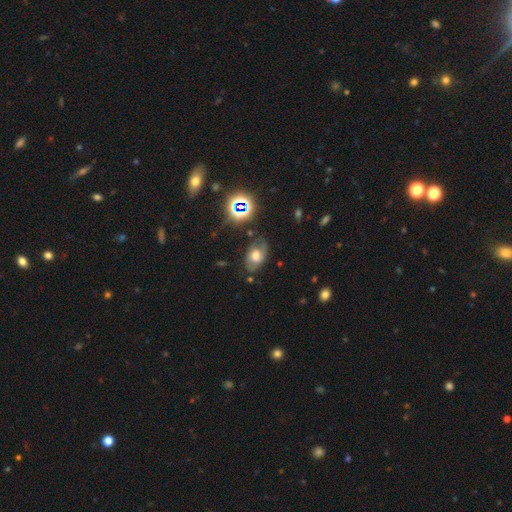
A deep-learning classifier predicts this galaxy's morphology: The model was most divided on "smooth or featured": smooth: 43%, featured or disk: 41%, star or artifact: 17%. More confident: merging — none (68%).